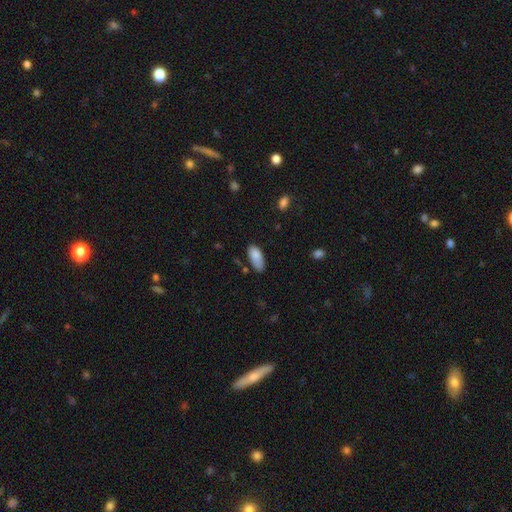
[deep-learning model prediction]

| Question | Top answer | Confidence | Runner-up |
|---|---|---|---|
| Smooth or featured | smooth | 85% | featured or disk (8%) |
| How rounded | in between | 87% | cigar-shaped (11%) |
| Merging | none | 64% | minor disturbance (27%) |